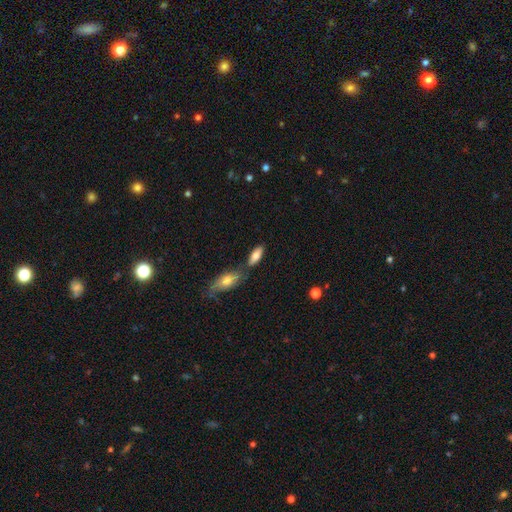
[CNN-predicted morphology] Overall: smooth (75%). How rounded: in between (76%). Merging: none (61%; merger 23%).